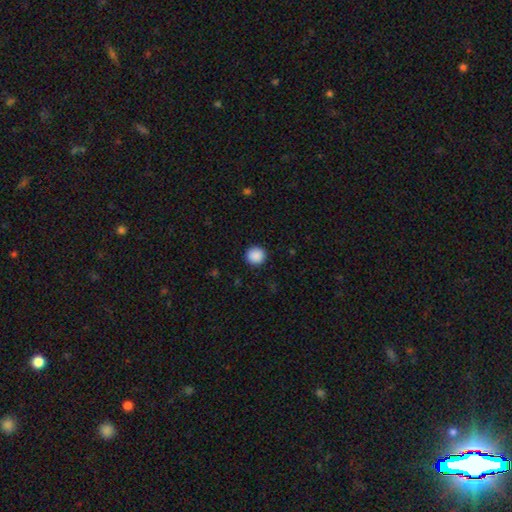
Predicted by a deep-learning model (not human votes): smooth-or-featured: smooth: 89% | star or artifact: 9% | featured or disk: 2%
  how-rounded: round: 94% | in between: 5% | cigar-shaped: 1%
  merging: none: 92% | minor disturbance: 5% | major disturbance: 2% | merger: 1%